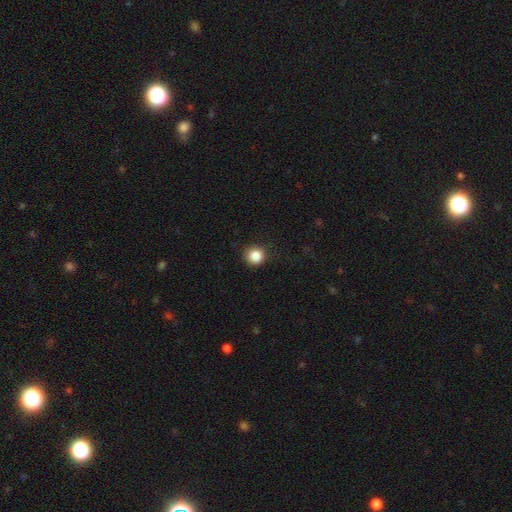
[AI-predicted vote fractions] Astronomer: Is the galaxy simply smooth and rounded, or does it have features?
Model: smooth — 86%.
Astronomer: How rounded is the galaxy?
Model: round — 93%.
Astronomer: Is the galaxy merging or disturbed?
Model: none — 87%.